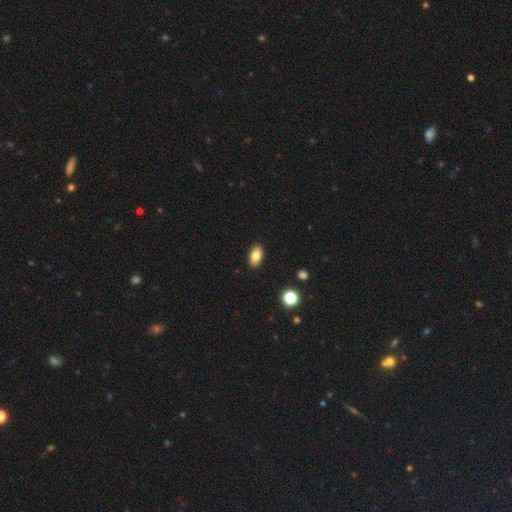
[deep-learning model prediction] The model was most divided on "smooth or featured": smooth: 82%, star or artifact: 9%, featured or disk: 9%. More confident: how rounded — in between (92%); merging — none (90%).